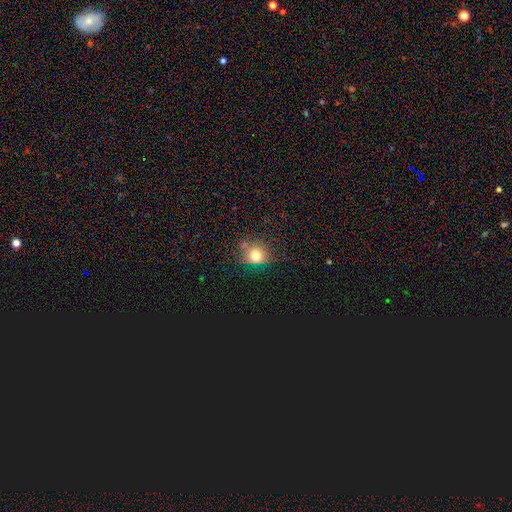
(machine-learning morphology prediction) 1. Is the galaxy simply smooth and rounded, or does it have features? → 71% smooth, 17% star or artifact, 12% featured or disk.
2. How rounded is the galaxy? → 75% round, 24% in between, 1% cigar-shaped.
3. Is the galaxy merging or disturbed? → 66% none, 20% minor disturbance, 7% major disturbance, 7% merger.